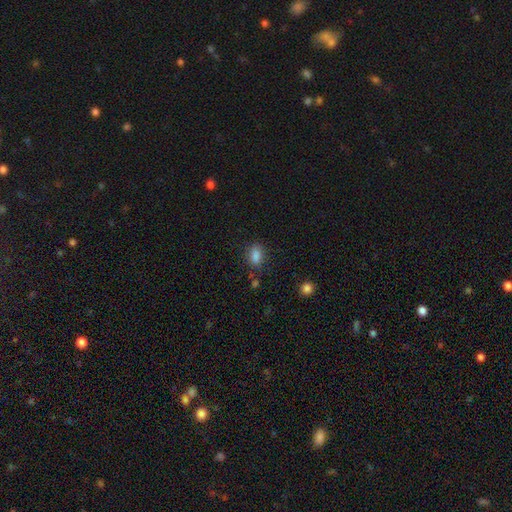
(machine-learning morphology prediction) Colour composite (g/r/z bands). It shows a smooth galaxy with no disk features (84%) that is in between round and cigar-shaped (79%). Merging: none (77%).